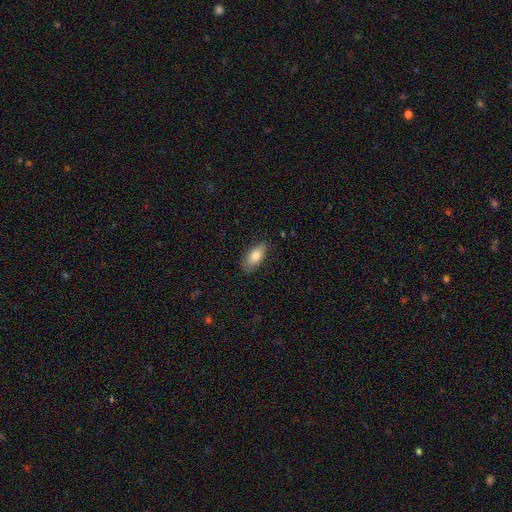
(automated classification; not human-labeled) Morphology: type=smooth (81%); roundness=in between (89%); merging=none (84%).